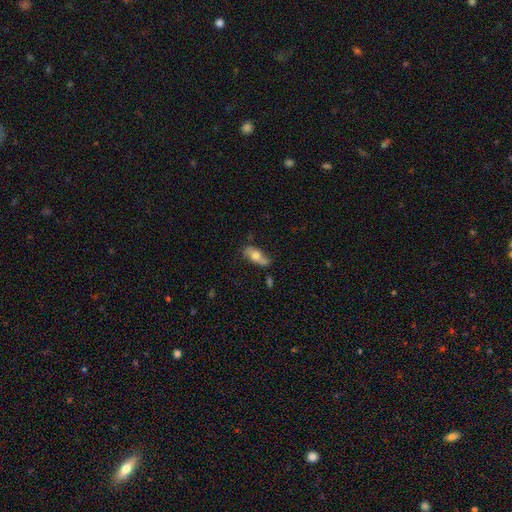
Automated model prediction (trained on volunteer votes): This is possibly a smooth galaxy (57%). How rounded: likely in between (77%). Merging: likely none (63%).